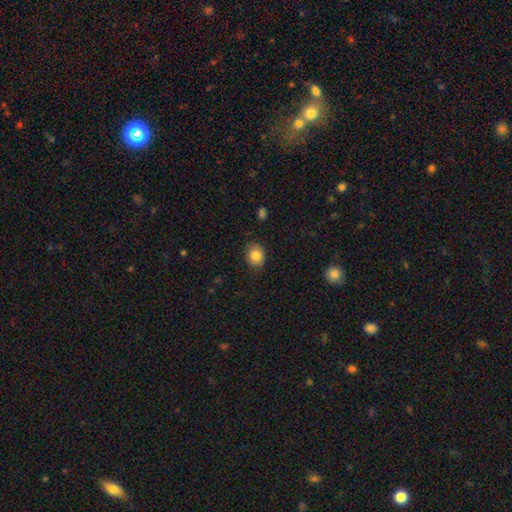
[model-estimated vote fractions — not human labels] Smooth or featured? smooth (85%)
How rounded? round (59%)
Merging? none (84%)